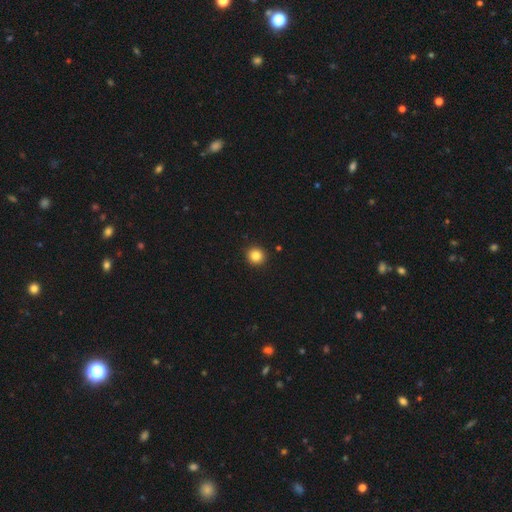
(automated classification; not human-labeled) Smooth or featured? smooth (84%)
How rounded? round (93%)
Merging? none (93%)